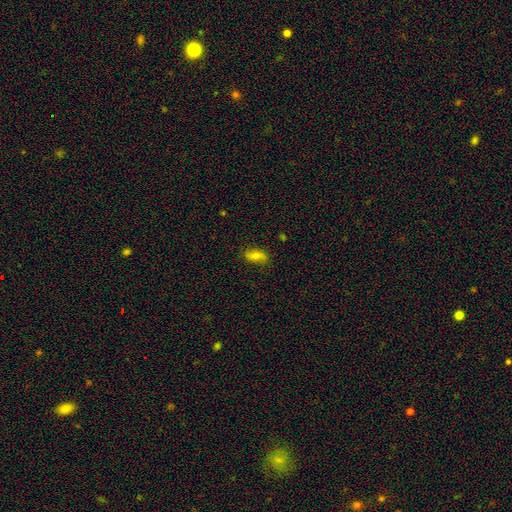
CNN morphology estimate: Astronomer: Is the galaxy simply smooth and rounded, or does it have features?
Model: smooth — 68%.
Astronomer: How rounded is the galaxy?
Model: in between — 86%.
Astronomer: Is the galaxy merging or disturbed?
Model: none — 77%.